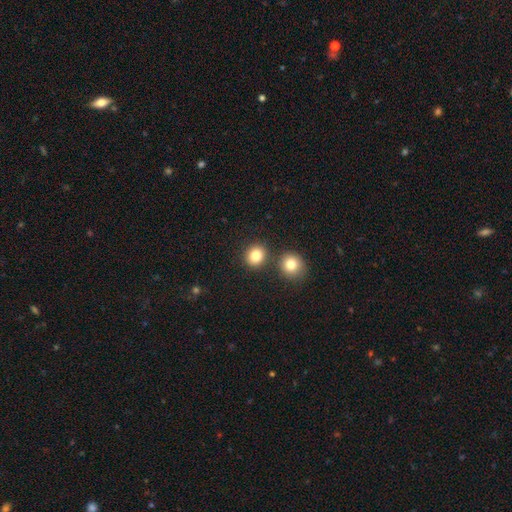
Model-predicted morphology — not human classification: A smooth galaxy with no disk features (83%) that is round (82%).

Vote fractions:
- Smooth or featured? smooth: 83% / star or artifact: 11% / featured or disk: 6%
- How rounded? round: 82% / in between: 17% / cigar-shaped: 1%
- Merging? none: 79% / merger: 12% / minor disturbance: 7% / major disturbance: 2%